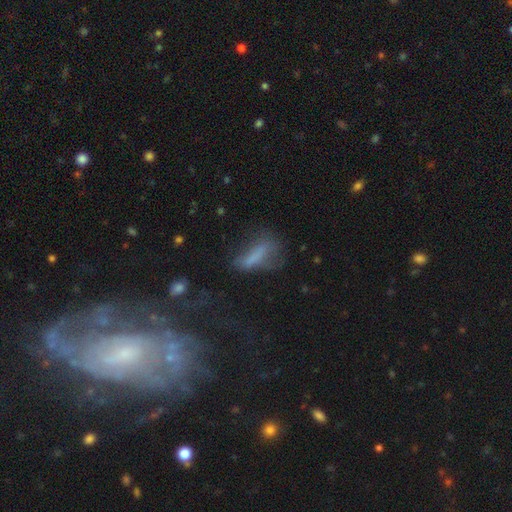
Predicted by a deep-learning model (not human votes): Morphology: type=smooth (61%); roundness=cigar-shaped (52%); merging=none (37%).